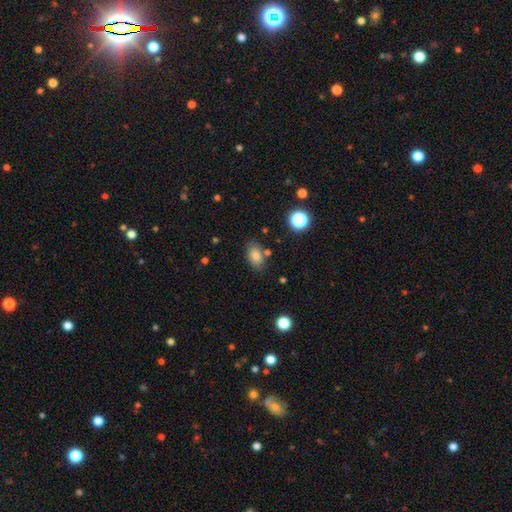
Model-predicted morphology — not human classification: Smooth or featured: smooth — 81% (star or artifact — 11%)
How rounded: in between — 87% (round — 12%)
Merging: none — 77% (minor disturbance — 13%)